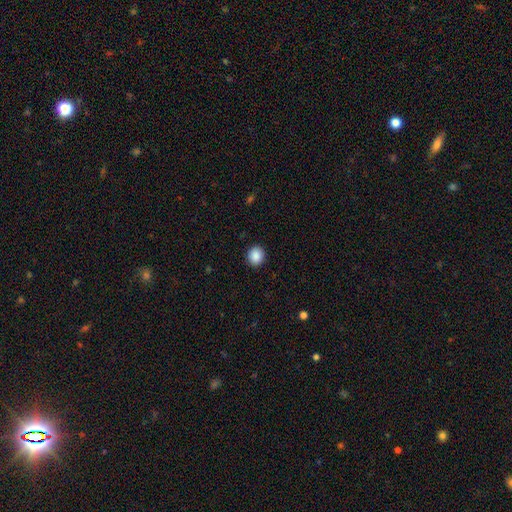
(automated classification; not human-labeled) A smooth galaxy with no disk features (89%) that is round (84%).

Vote fractions:
- Smooth or featured? smooth: 89% / star or artifact: 8% / featured or disk: 3%
- How rounded? round: 84% / in between: 15% / cigar-shaped: 1%
- Merging? none: 92% / minor disturbance: 5% / major disturbance: 2% / merger: 1%